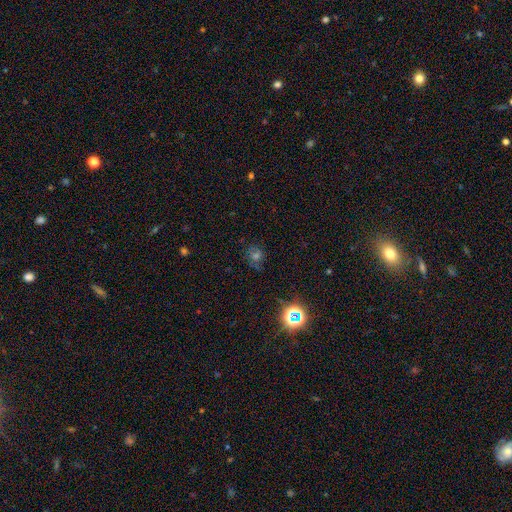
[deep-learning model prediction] Q: Smooth or featured?
A: star or artifact (43%); runner-up: smooth (38%)